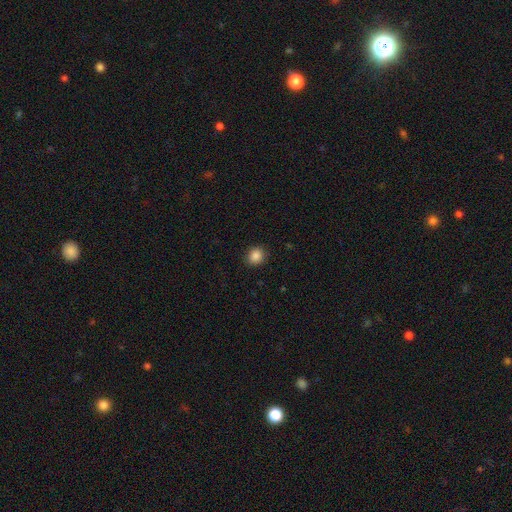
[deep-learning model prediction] Overall: smooth (87%). How rounded: round (82%). Merging: none (90%).